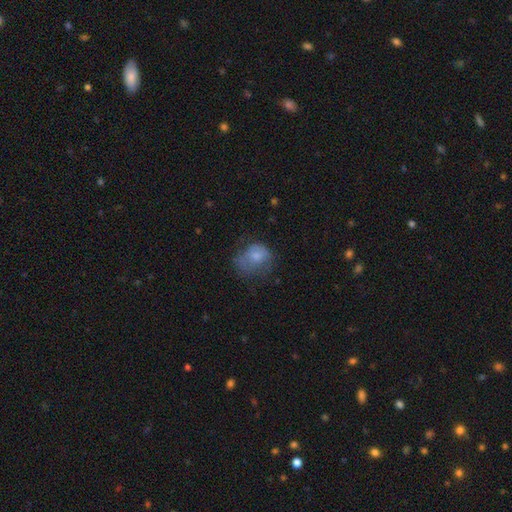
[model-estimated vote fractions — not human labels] Smooth or featured: smooth — 62% (featured or disk — 28%)
How rounded: round — 52% (in between — 47%)
Merging: none — 35% (major disturbance — 33%)